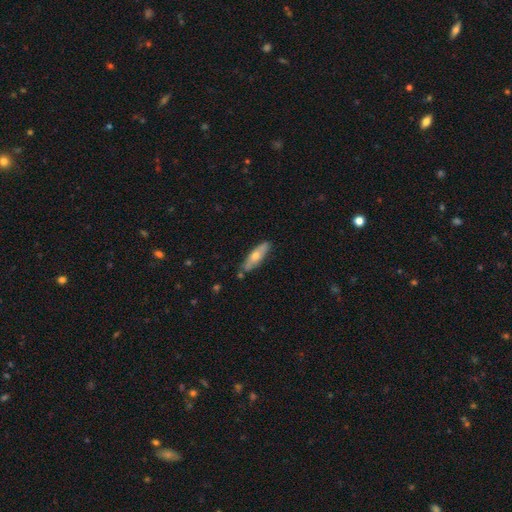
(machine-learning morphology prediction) Q: Smooth or featured?
A: smooth (58%); runner-up: featured or disk (37%)
Q: How rounded?
A: cigar-shaped (57%); runner-up: in between (41%)
Q: Merging?
A: none (76%); runner-up: minor disturbance (17%)